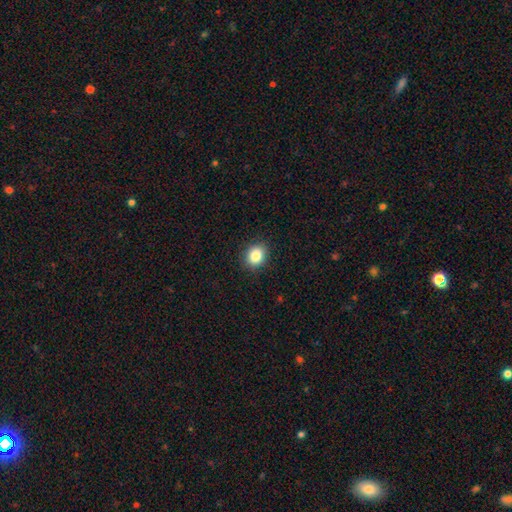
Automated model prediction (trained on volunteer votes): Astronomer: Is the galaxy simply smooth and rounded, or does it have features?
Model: smooth — 86%.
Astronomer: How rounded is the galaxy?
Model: round — 63%.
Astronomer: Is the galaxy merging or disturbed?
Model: none — 90%.